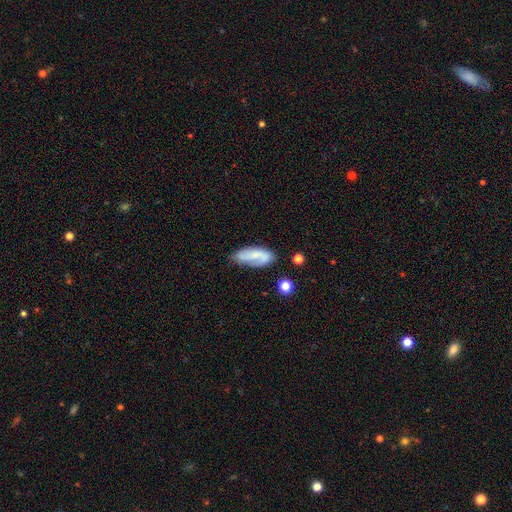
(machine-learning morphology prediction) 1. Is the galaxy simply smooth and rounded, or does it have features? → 53% featured or disk, 39% smooth, 8% star or artifact.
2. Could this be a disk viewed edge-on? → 91% no, 9% yes.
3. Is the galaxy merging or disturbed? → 64% none, 23% minor disturbance, 9% major disturbance, 4% merger.